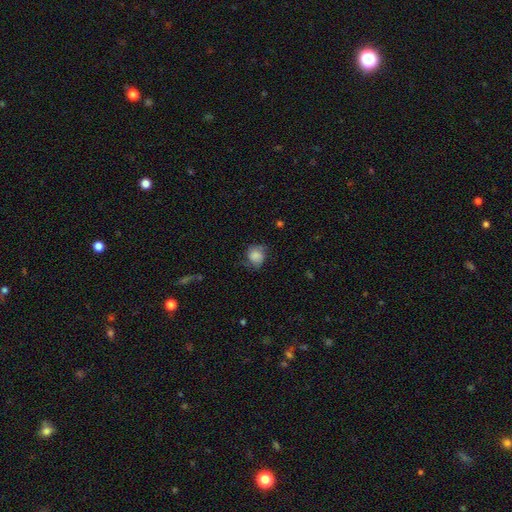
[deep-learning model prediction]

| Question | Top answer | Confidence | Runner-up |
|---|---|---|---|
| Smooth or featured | smooth | 72% | featured or disk (19%) |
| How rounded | round | 72% | in between (27%) |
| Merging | none | 60% | minor disturbance (27%) |